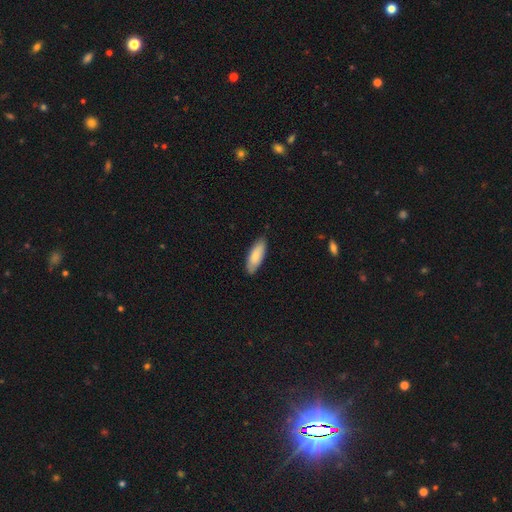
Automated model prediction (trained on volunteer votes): A smooth galaxy with no disk features (83%) that is in between round and cigar-shaped (71%). Merging: none (83%).